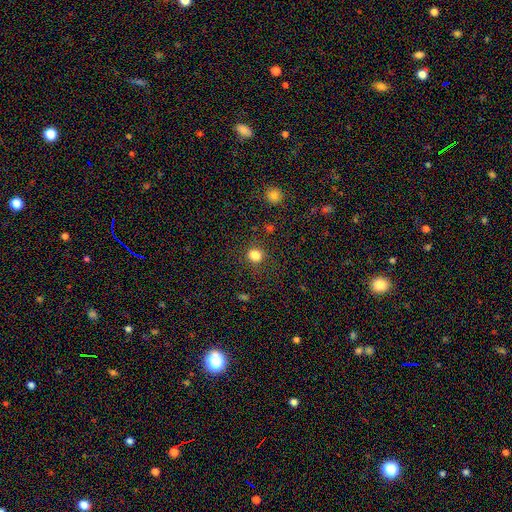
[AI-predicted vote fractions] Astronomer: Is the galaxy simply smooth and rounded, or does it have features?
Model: smooth — 82%.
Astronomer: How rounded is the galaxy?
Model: round — 62%.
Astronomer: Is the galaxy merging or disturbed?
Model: none — 78%.